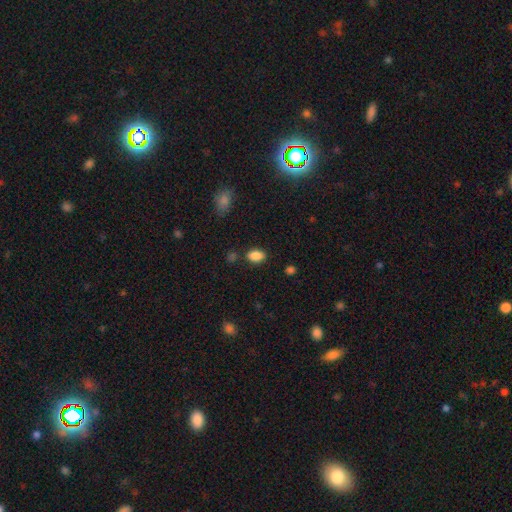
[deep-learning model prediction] Overall: smooth (87%). How rounded: in between (86%). Merging: none (81%).